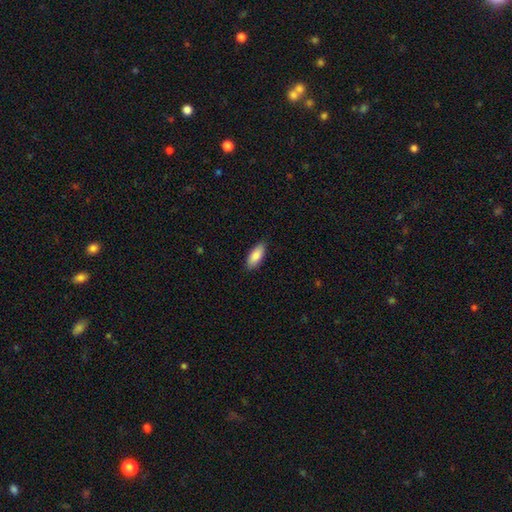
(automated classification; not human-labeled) smooth_or_featured: smooth (p=0.87) [alt: featured or disk p=0.07]
how_rounded: in between (p=0.84) [alt: cigar-shaped p=0.14]
merging: none (p=0.87) [alt: minor disturbance p=0.10]